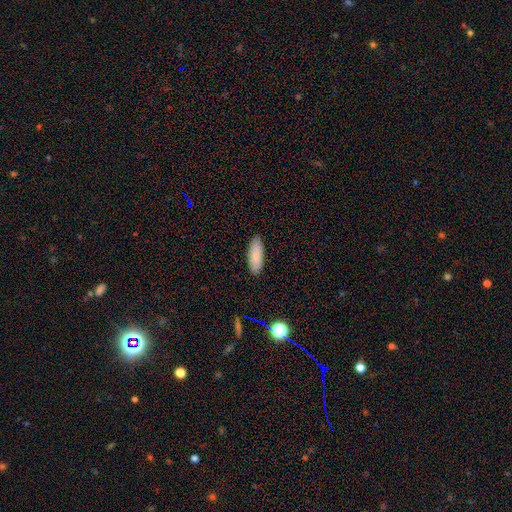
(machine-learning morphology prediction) smooth-or-featured: smooth: 85% | featured or disk: 8% | star or artifact: 7%
  how-rounded: in between: 69% | cigar-shaped: 29% | round: 2%
  merging: none: 88% | minor disturbance: 9% | major disturbance: 2% | merger: 1%